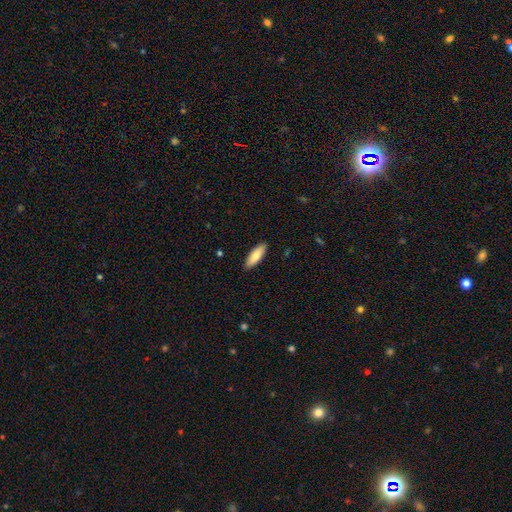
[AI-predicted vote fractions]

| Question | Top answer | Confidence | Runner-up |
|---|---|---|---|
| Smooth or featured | smooth | 83% | featured or disk (12%) |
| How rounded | in between | 61% | cigar-shaped (38%) |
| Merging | none | 90% | minor disturbance (8%) |